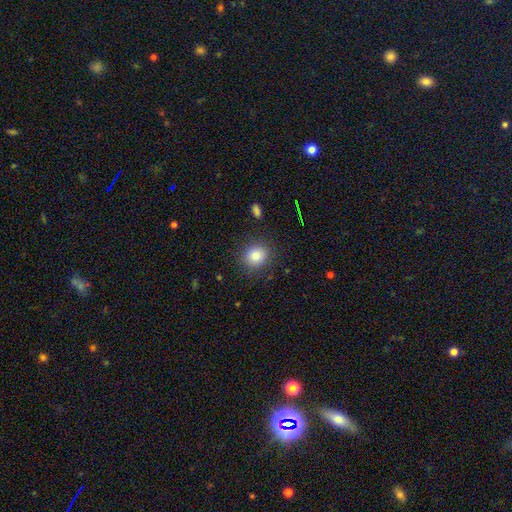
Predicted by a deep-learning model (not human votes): smooth_or_featured: smooth (p=0.84) [alt: star or artifact p=0.10]
how_rounded: round (p=0.80) [alt: in between p=0.19]
merging: none (p=0.86) [alt: minor disturbance p=0.09]